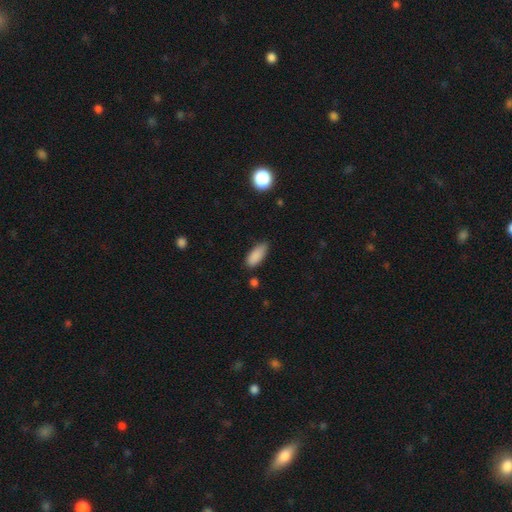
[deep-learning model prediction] Smooth or featured? smooth (87%)
How rounded? in between (83%)
Merging? none (65%)